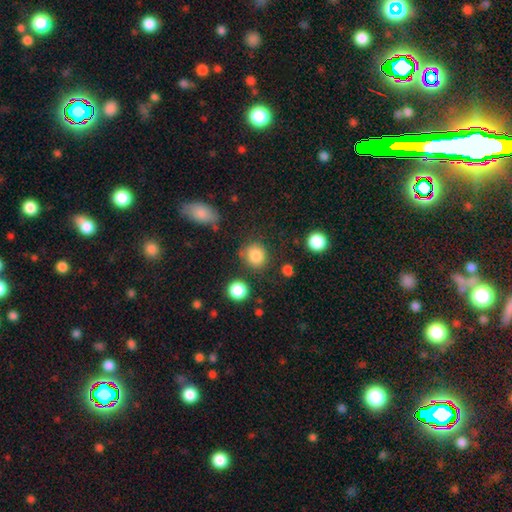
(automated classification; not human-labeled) A smooth galaxy with no disk features (84%) that is round (83%). Merging: none (75%).